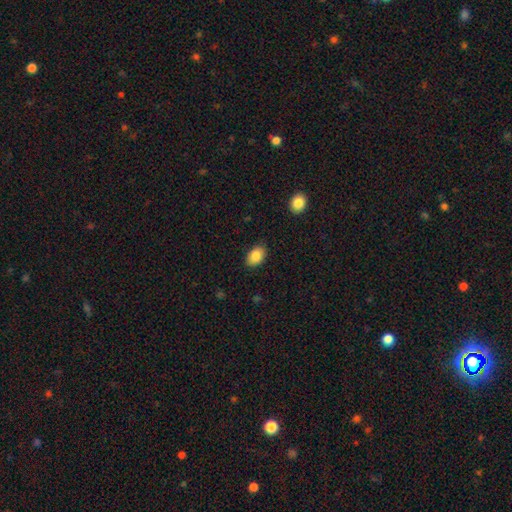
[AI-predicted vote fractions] smooth_or_featured: smooth (p=0.86) [alt: star or artifact p=0.07]
how_rounded: in between (p=0.88) [alt: round p=0.11]
merging: none (p=0.87) [alt: minor disturbance p=0.10]